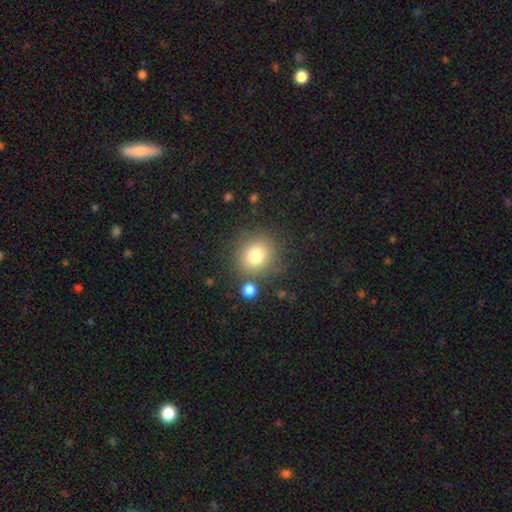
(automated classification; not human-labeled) The model was most divided on "smooth or featured": smooth: 79%, star or artifact: 12%, featured or disk: 9%. More confident: how rounded — round (85%); merging — none (79%).